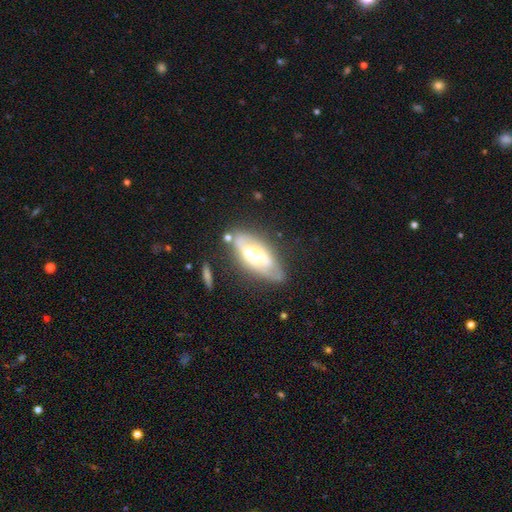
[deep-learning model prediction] Morphology: type=featured or disk (62%); edge-on=no (77%); merging=none (59%).